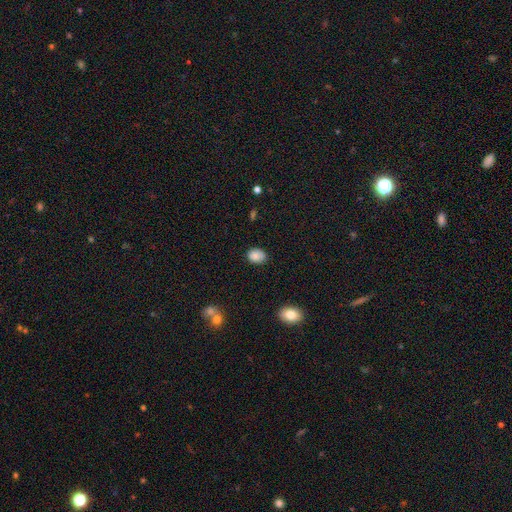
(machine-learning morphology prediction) Overall: smooth (85%). How rounded: in between (60%; round 39%). Merging: none (80%).